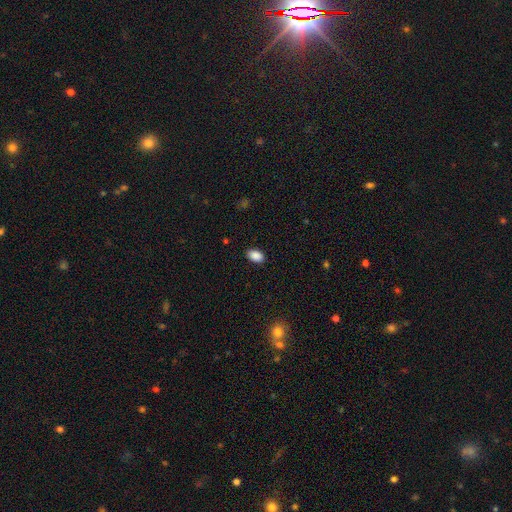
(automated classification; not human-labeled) This is clearly a smooth galaxy (89%). How rounded: clearly in between (91%). Merging: clearly none (89%).